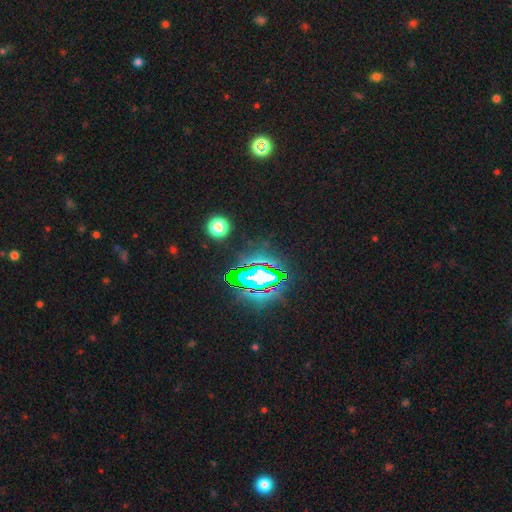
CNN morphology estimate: Q: Smooth or featured?
A: star or artifact (82%); runner-up: smooth (10%)